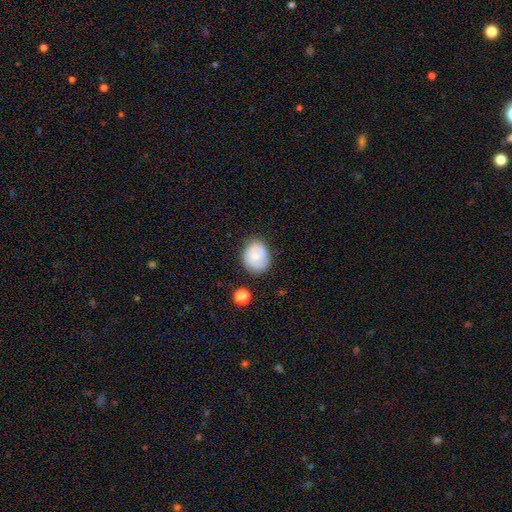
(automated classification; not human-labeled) A smooth galaxy with no disk features (74%) that is round (65%). Merging: none (73%).